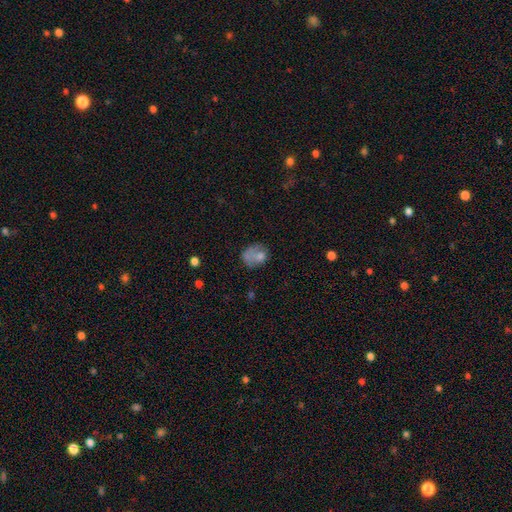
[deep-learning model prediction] smooth 67%, featured or disk 22%, star or artifact 11%. Down the decision tree: how rounded — in between (54%); merging — none (42%).